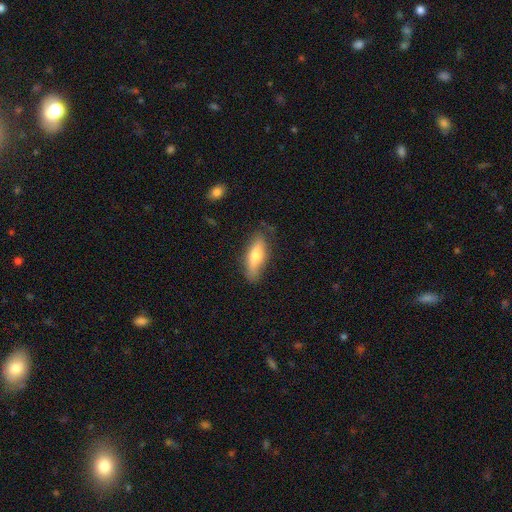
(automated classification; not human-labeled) Overall: smooth (68%). How rounded: in between (58%; cigar-shaped 40%). Merging: none (75%).